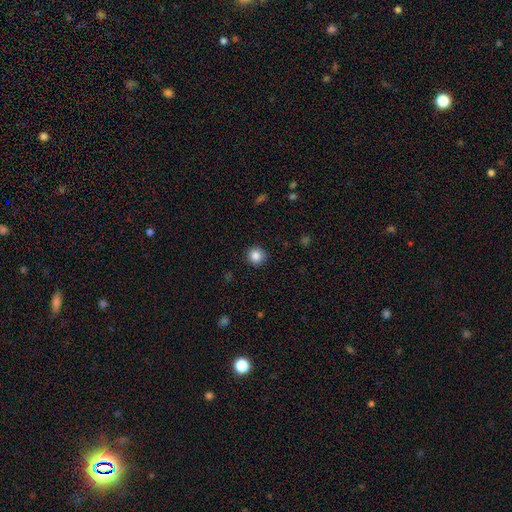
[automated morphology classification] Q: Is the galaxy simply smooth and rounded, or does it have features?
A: smooth — 86%.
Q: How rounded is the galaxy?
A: round — 94%.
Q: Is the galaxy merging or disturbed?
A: none — 92%.